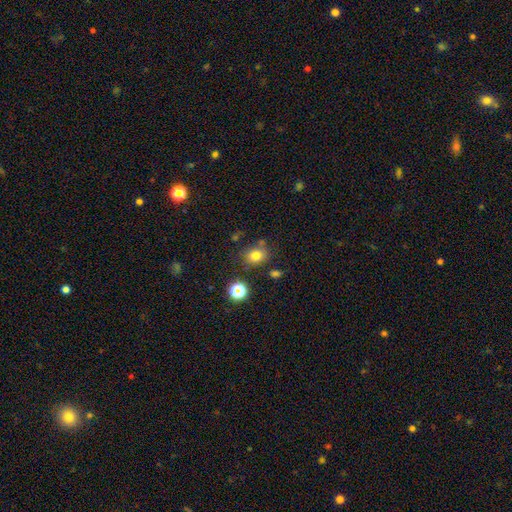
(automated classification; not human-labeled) smooth 77%, star or artifact 14%, featured or disk 9%. Down the decision tree: how rounded — round (57%); merging — none (75%).